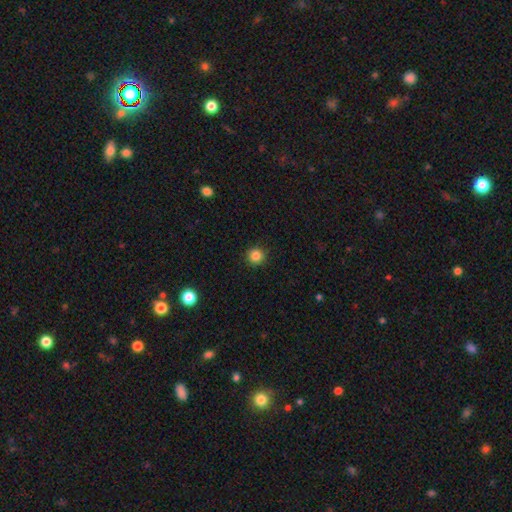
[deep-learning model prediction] A smooth galaxy with no disk features (85%) that is round (95%). Merging: none (92%).